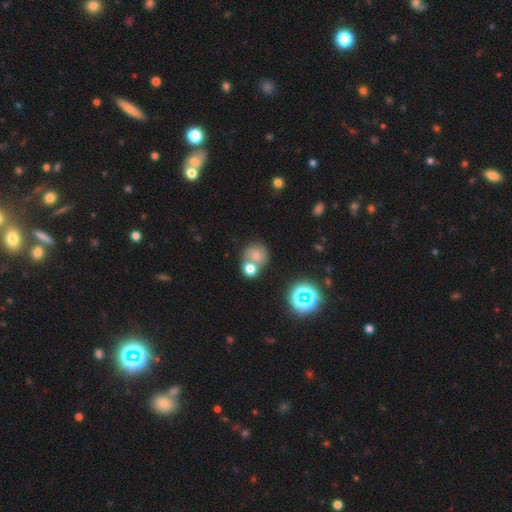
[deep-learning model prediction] This is likely a smooth galaxy (64%). How rounded: clearly round (81%). Merging: marginally merger (44%).